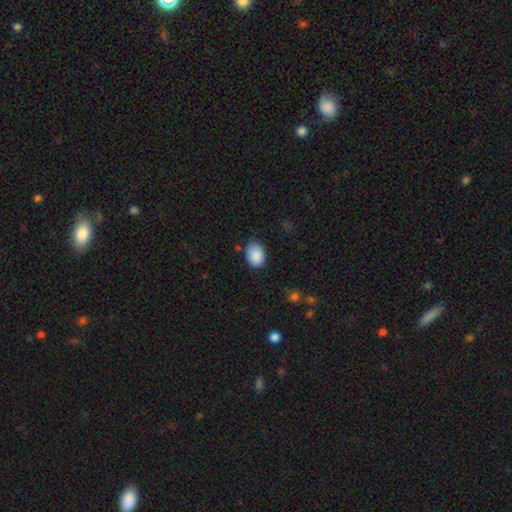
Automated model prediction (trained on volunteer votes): smooth 89%, star or artifact 7%, featured or disk 4%. Down the decision tree: how rounded — in between (80%); merging — none (70%).